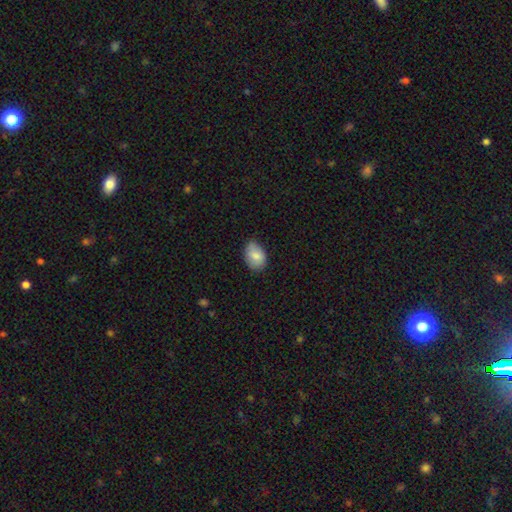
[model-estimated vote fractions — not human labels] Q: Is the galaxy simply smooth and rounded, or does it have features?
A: smooth — 82%.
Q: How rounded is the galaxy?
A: in between — 82%.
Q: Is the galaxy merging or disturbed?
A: none — 70%.